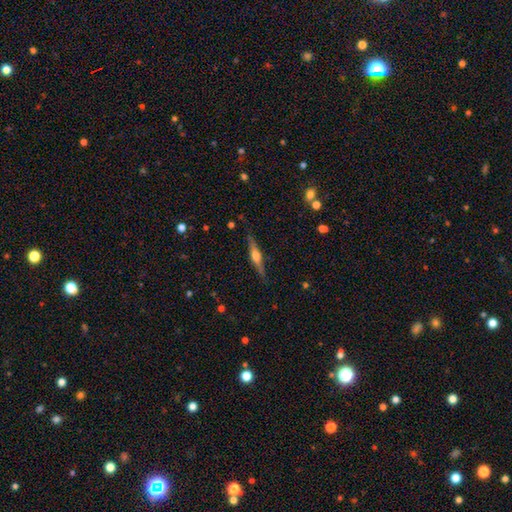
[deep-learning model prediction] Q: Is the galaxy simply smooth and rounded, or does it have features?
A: featured or disk — 72%.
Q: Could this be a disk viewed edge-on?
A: yes — 97%.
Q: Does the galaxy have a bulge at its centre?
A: rounded — 91%.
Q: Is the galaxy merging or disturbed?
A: none — 87%.